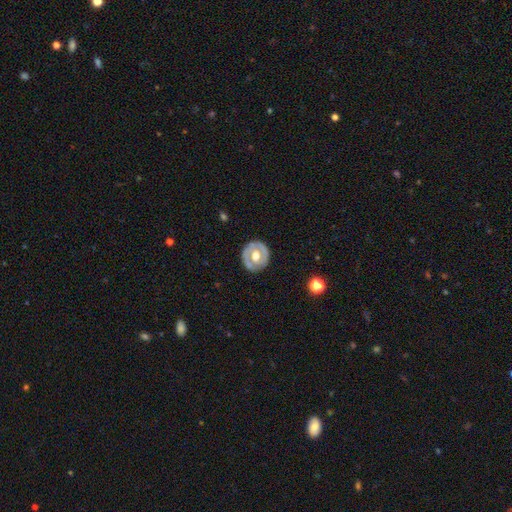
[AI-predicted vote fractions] Smooth or featured? featured or disk (68%)
Edge-on disk? no (96%)
Bar? no (62%)
Spiral arms? no (52%)
Bulge size? moderate (66%)
Merging? none (83%)